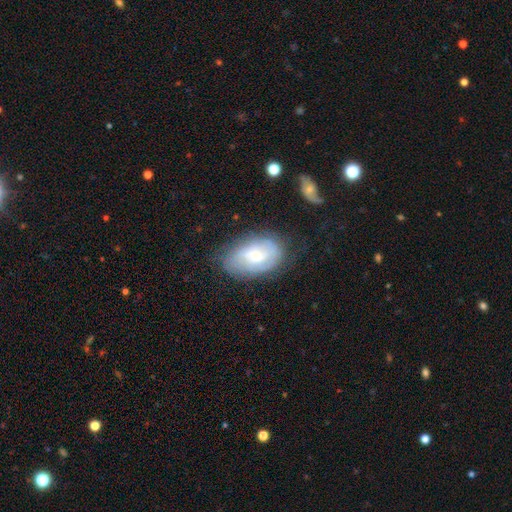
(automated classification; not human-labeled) Morphology: type=featured or disk (56%); edge-on=no (94%); bar=no (57%); spiral arms=yes (74%); bulge=small (50%); merging=none (68%).